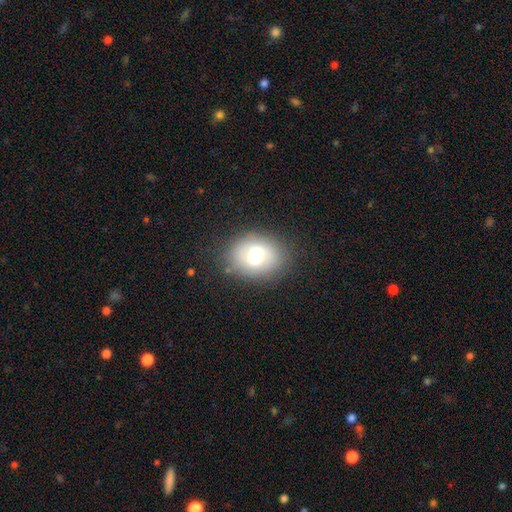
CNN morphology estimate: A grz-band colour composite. It shows a smooth galaxy with no disk features (60%) that is in between round and cigar-shaped (55%). Merging: none (79%).